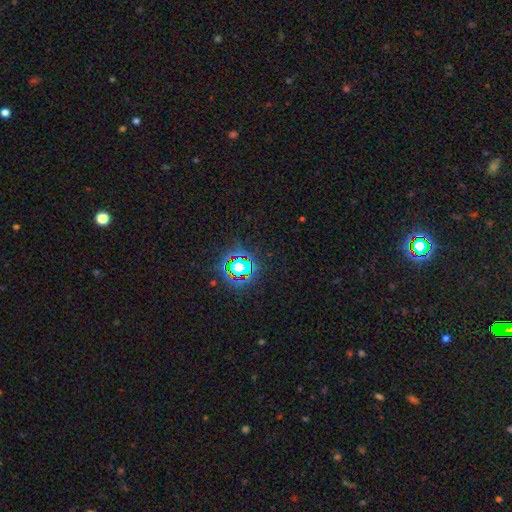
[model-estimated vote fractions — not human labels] A star or artifact, not a galaxy (81%).

Vote fractions:
- Smooth or featured? star or artifact: 81% / smooth: 12% / featured or disk: 7%